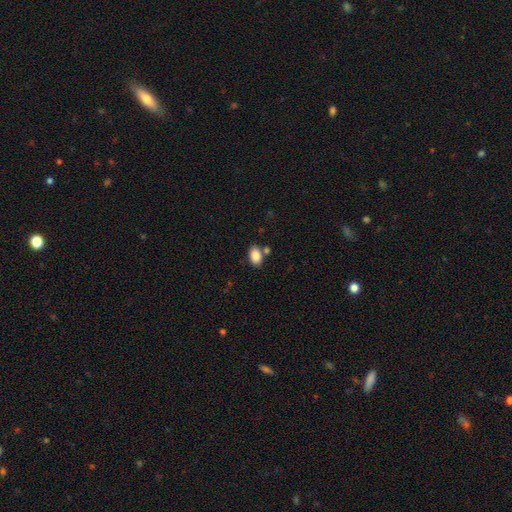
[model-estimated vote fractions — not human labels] This appears to be a smooth galaxy with no disk features (88%) that is in between round and cigar-shaped (89%). Merging: none (73%).